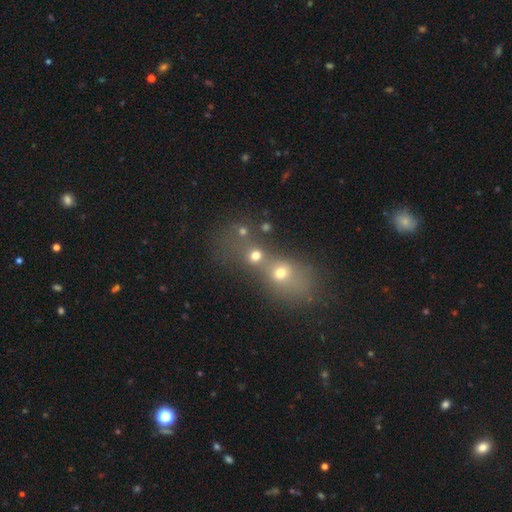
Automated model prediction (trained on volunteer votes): Q: Smooth or featured?
A: smooth (55%); runner-up: star or artifact (23%)
Q: How rounded?
A: round (56%); runner-up: in between (38%)
Q: Merging?
A: merger (64%); runner-up: none (24%)